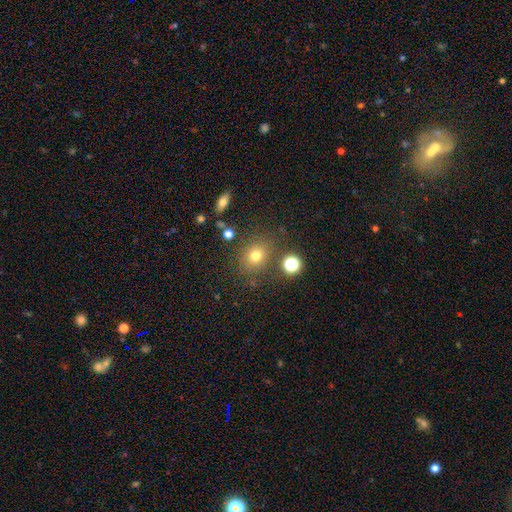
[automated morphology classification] Overall: smooth (73%). How rounded: round (66%; in between 33%). Merging: none (79%).